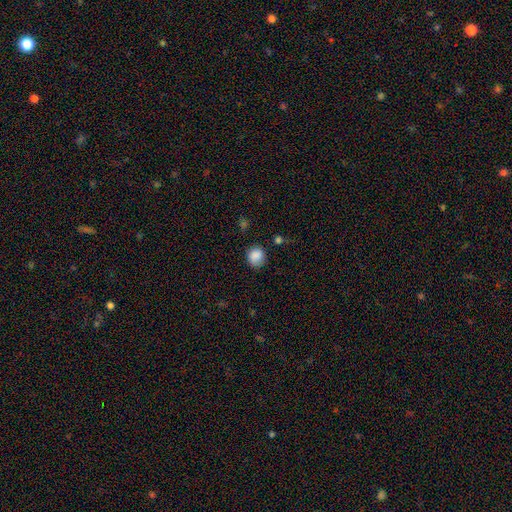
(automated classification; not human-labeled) A smooth galaxy with no disk features (86%) that is round (82%). Merging: none (74%).